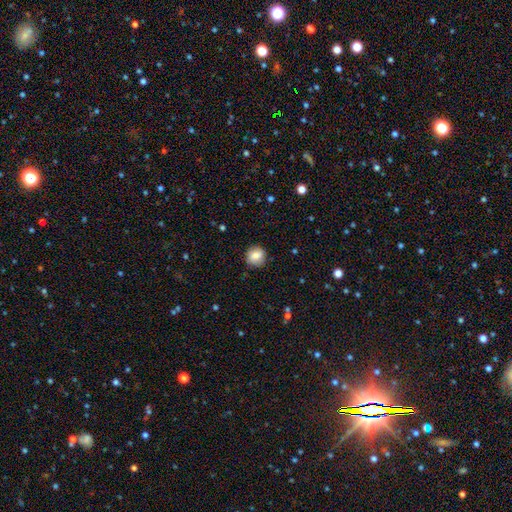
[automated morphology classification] type=smooth (83%); roundness=round (88%); merging=none (83%).